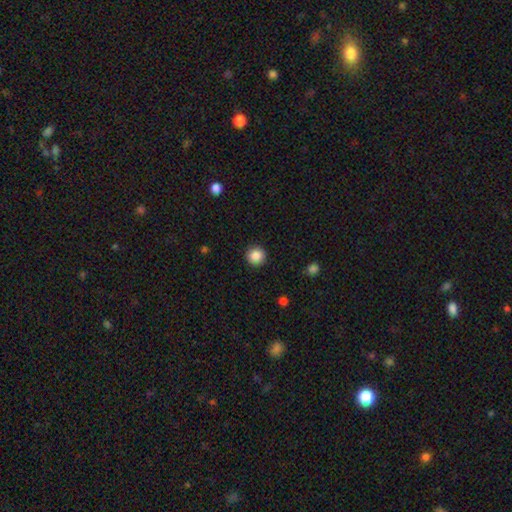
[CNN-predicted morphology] Smooth or featured: smooth — 87% (star or artifact — 10%)
How rounded: round — 95% (in between — 4%)
Merging: none — 92% (minor disturbance — 5%)